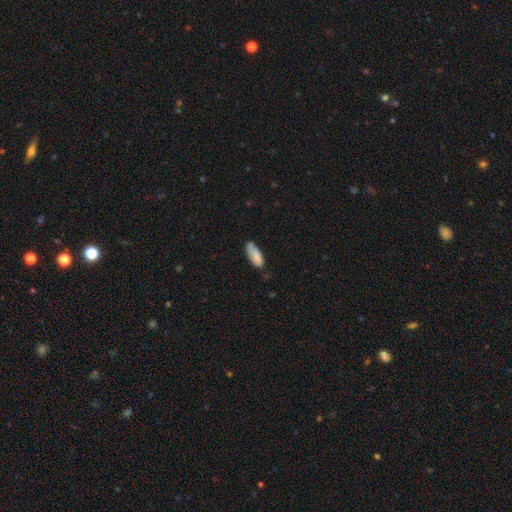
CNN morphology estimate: smooth-or-featured: smooth: 82% | featured or disk: 11% | star or artifact: 7%
  how-rounded: in between: 77% | cigar-shaped: 21% | round: 2%
  merging: none: 61% | minor disturbance: 29% | major disturbance: 6% | merger: 3%